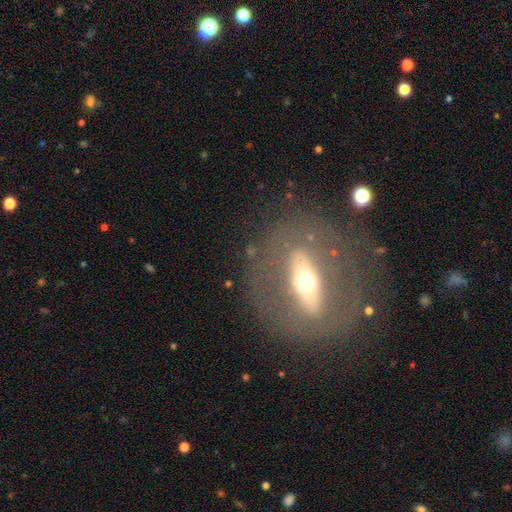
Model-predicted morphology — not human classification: Q: Smooth or featured?
A: featured or disk (71%); runner-up: smooth (21%)
Q: Edge-on disk?
A: no (59%); runner-up: yes (41%)
Q: Merging?
A: none (77%); runner-up: minor disturbance (11%)